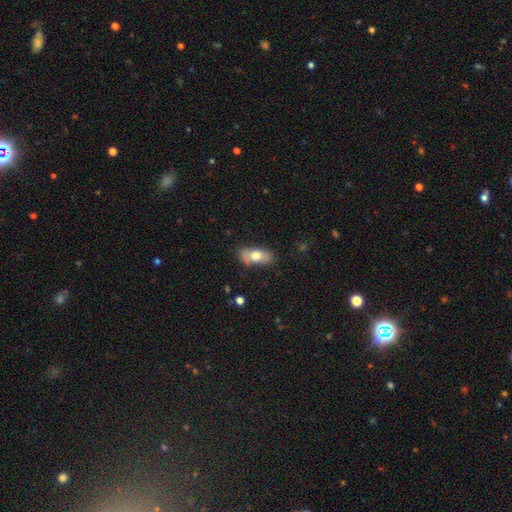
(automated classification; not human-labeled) Overall: smooth (70%). How rounded: in between (84%). Merging: none (69%).